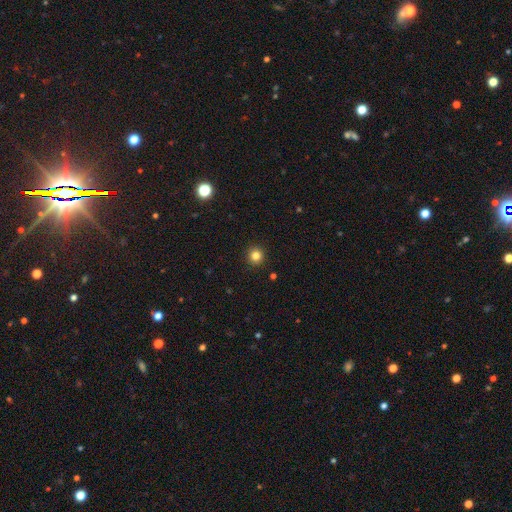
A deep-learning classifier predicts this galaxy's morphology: smooth 83%, star or artifact 13%, featured or disk 5%. Down the decision tree: how rounded — round (95%); merging — none (93%).